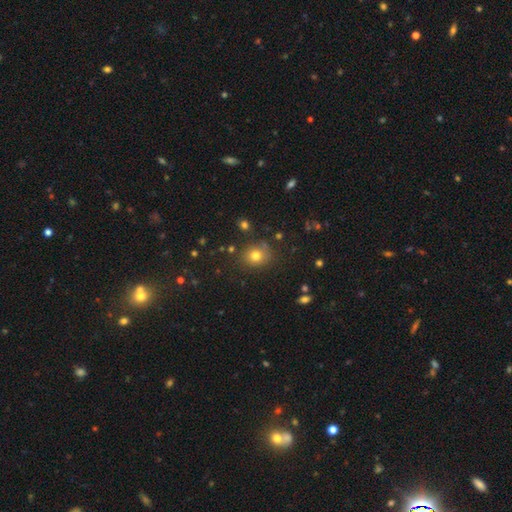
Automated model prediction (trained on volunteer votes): A smooth galaxy with no disk features (75%) that is round (76%).

Vote fractions:
- Smooth or featured? smooth: 75% / star or artifact: 16% / featured or disk: 9%
- How rounded? round: 76% / in between: 23% / cigar-shaped: 1%
- Merging? none: 80% / minor disturbance: 12% / merger: 4% / major disturbance: 4%